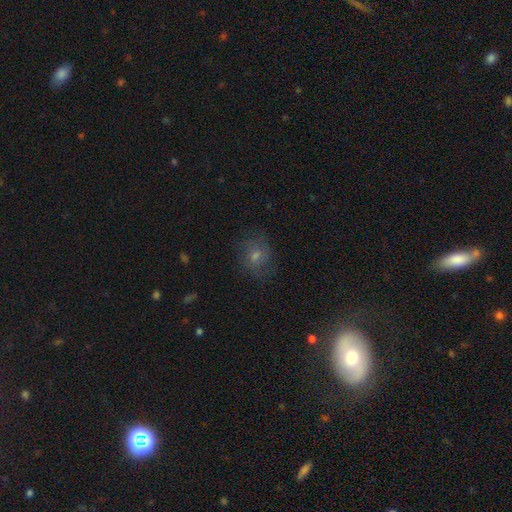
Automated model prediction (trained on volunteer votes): smooth_or_featured: smooth (p=0.44) [alt: featured or disk p=0.31]
merging: none (p=0.77) [alt: minor disturbance p=0.14]